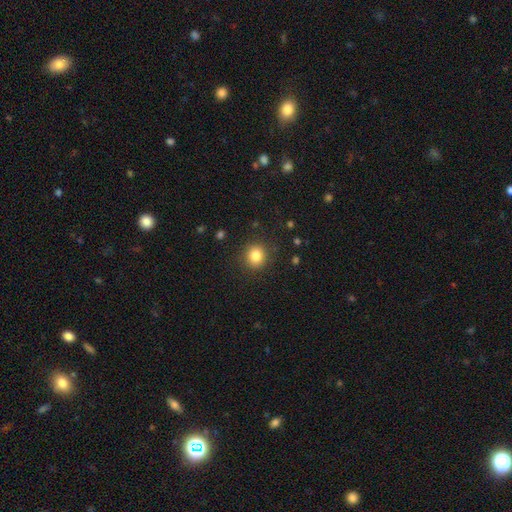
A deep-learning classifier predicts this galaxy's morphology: Smooth or featured?
  - smooth: 83% *
  - star or artifact: 11%
  - featured or disk: 6%
How rounded?
  - round: 87% *
  - in between: 12%
  - cigar-shaped: 1%
Merging?
  - none: 89% *
  - minor disturbance: 7%
  - major disturbance: 3%
  - merger: 1%